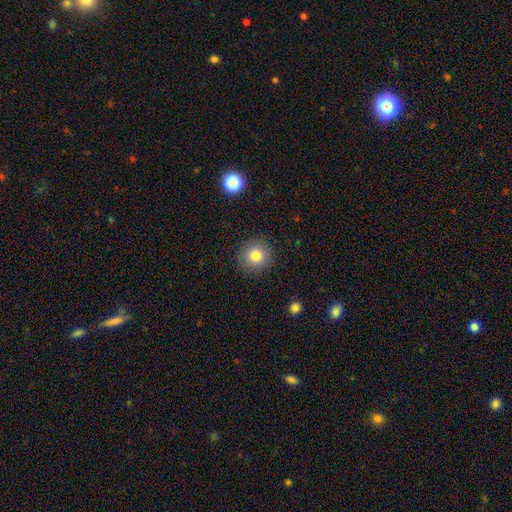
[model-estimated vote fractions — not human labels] A smooth galaxy with no disk features (81%) that is round (93%). Merging: none (90%).